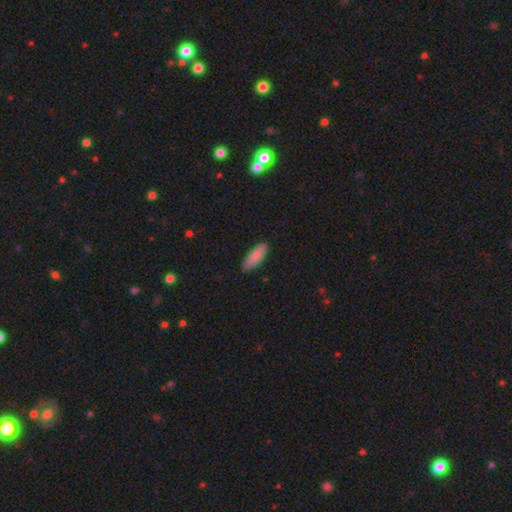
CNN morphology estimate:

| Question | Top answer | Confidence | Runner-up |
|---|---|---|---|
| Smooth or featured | smooth | 87% | featured or disk (8%) |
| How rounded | in between | 74% | cigar-shaped (24%) |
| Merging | none | 86% | minor disturbance (12%) |